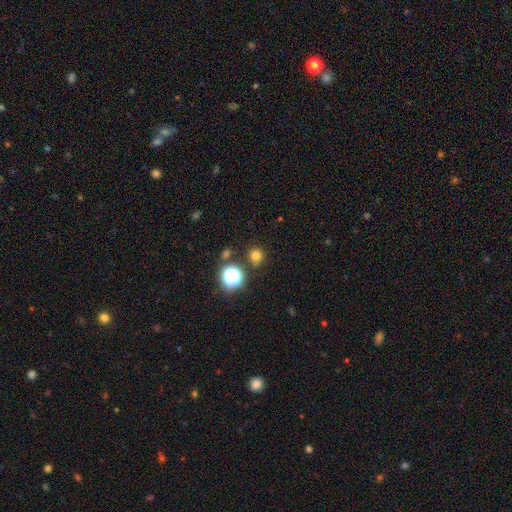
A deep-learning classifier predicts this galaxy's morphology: Smooth or featured?
  - smooth: 73% *
  - star or artifact: 21%
  - featured or disk: 6%
How rounded?
  - round: 90% *
  - in between: 9%
  - cigar-shaped: 1%
Merging?
  - none: 84% *
  - minor disturbance: 8%
  - merger: 5%
  - major disturbance: 3%